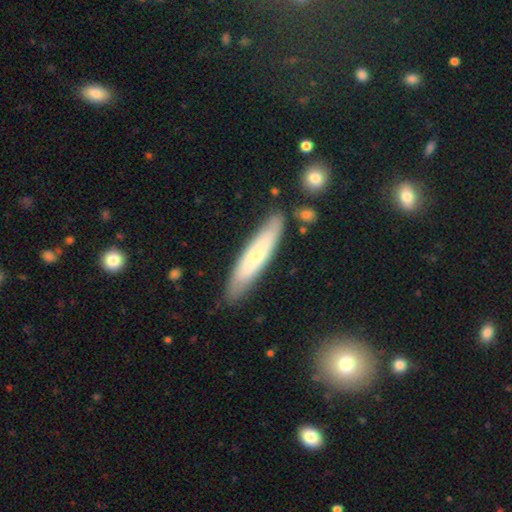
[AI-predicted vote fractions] Overall: smooth (55%; featured or disk 39%). How rounded: cigar-shaped (83%). Merging: none (82%).